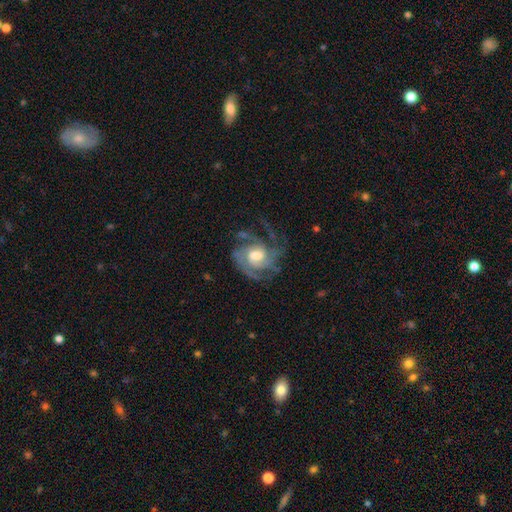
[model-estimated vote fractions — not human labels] This is clearly a featured or disk galaxy (88%). It is clearly not viewed edge-on (98%). Bar: possibly no (55%). Spiral arm pattern: clearly yes (96%). Spiral arm count: marginally 3 (35%). Spiral winding: possibly tight (46%). Central bulge: possibly moderate (59%). Merging: possibly none (58%).